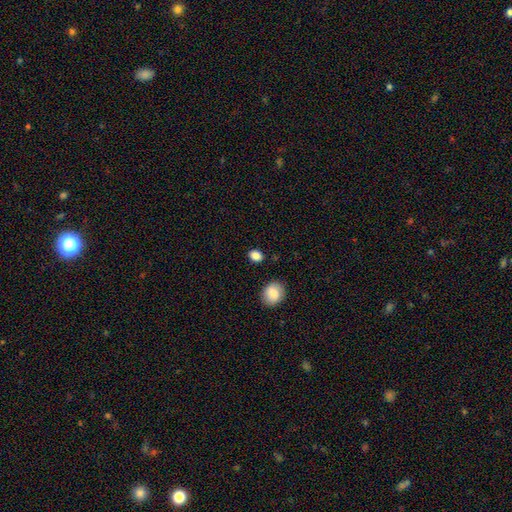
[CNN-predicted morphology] The model was most divided on "how rounded": in between: 60%, round: 38%, cigar-shaped: 1%. More confident: smooth or featured — smooth (86%); merging — none (84%).